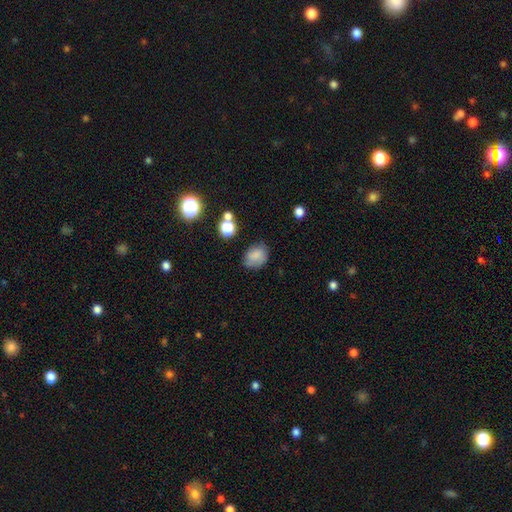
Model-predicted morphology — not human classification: A smooth galaxy with no disk features (78%) that is in between round and cigar-shaped (56%). Merging: none (63%).